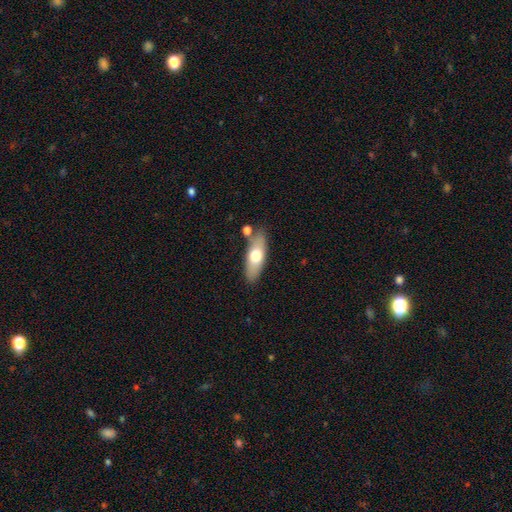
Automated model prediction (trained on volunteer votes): This appears to be a smooth galaxy with no disk features (62%) that is in between round and cigar-shaped (61%). Merging: none (76%).